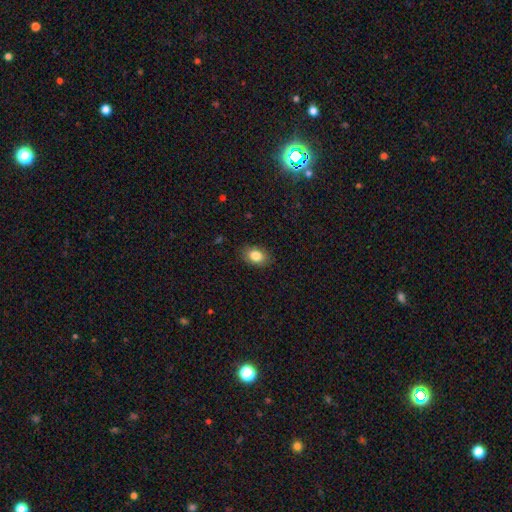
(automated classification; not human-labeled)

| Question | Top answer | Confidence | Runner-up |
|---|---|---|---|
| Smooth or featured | smooth | 83% | star or artifact (8%) |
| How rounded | in between | 80% | round (19%) |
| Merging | none | 87% | minor disturbance (10%) |